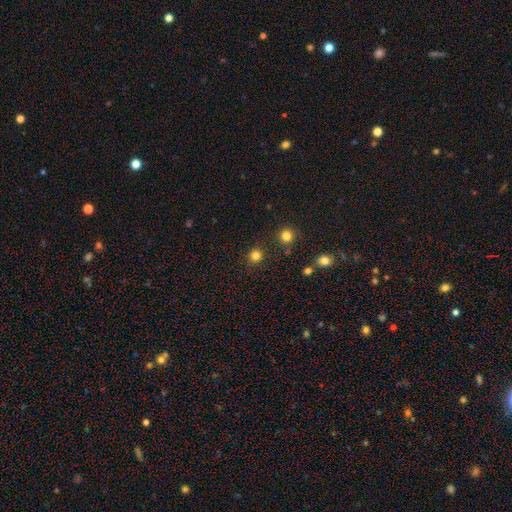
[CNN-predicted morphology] This is clearly a smooth galaxy (82%). How rounded: clearly round (91%). Merging: clearly none (86%).